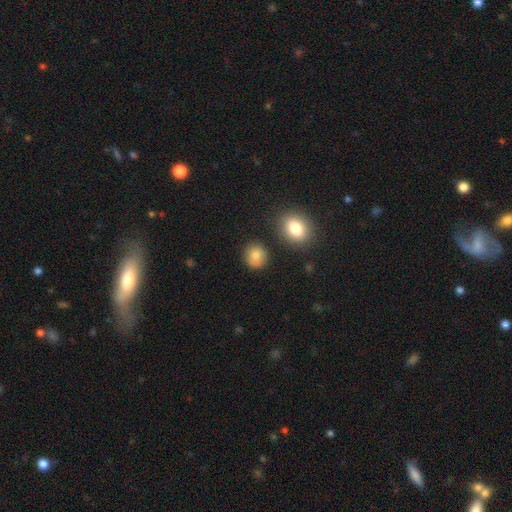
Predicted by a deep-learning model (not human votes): This appears to be a smooth galaxy with no disk features (83%) that is round (83%). Merging: none (82%).